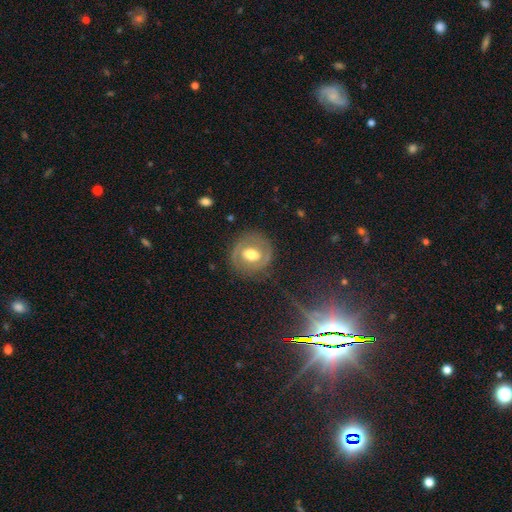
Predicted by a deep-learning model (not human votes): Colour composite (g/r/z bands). It shows a featured or disk galaxy (55%) with no bar (46%), no spiral arms (53%) and a moderate central bulge (71%). Merging: none (83%).